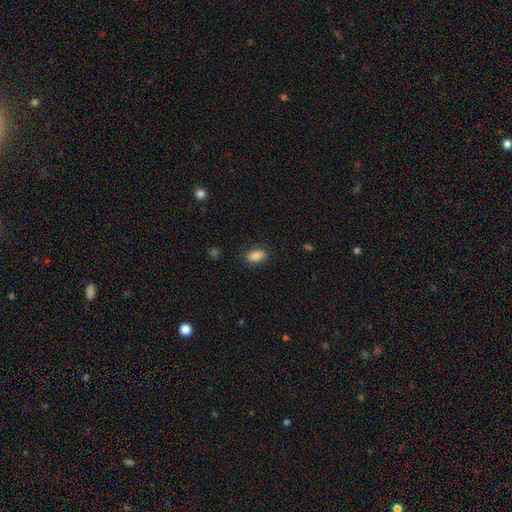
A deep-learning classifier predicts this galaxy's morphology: Smooth or featured? smooth (87%)
How rounded? in between (90%)
Merging? none (83%)